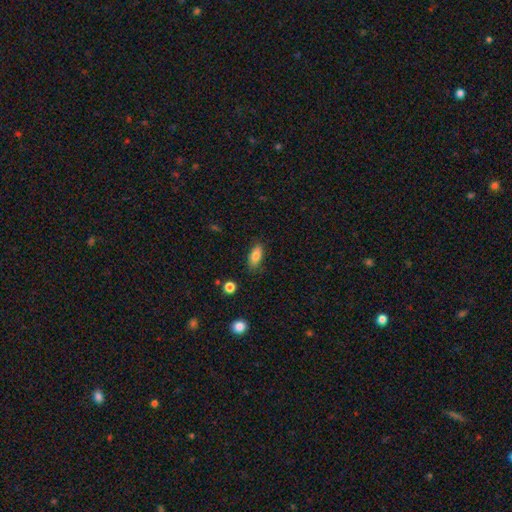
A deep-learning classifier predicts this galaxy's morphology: Overall: smooth (82%). How rounded: in between (83%). Merging: none (84%).